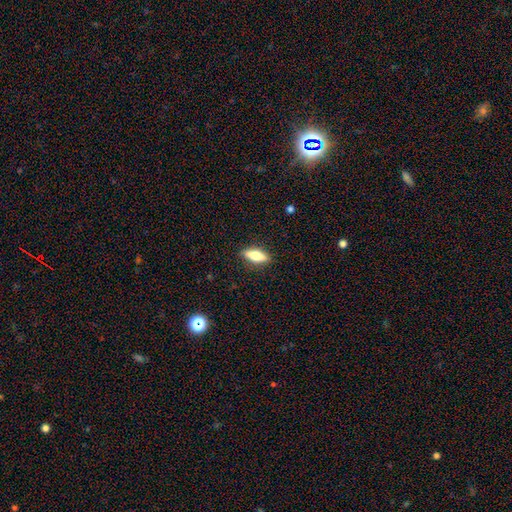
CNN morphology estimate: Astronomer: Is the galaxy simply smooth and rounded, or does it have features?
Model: smooth — 65%.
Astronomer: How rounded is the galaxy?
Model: in between — 57% (runner-up: cigar-shaped, 41%).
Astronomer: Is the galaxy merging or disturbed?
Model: none — 88%.